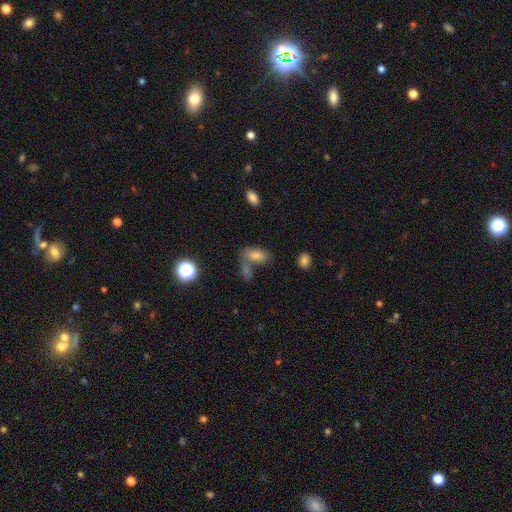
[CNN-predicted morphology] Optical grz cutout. It shows a smooth galaxy with no disk features (77%) that is in between round and cigar-shaped (91%). Merging: merger (44%).